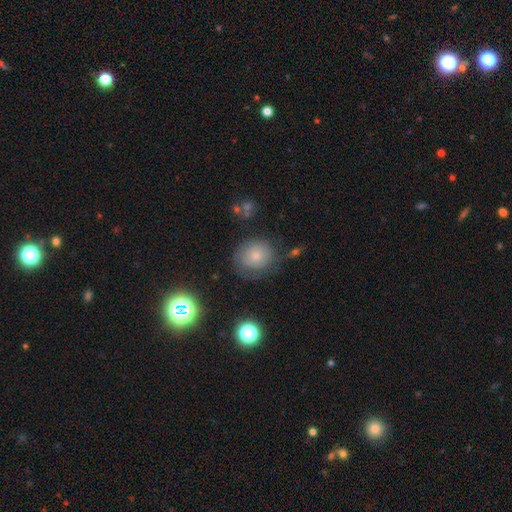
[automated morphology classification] Q: Smooth or featured?
A: smooth (65%); runner-up: featured or disk (23%)
Q: How rounded?
A: round (82%); runner-up: in between (17%)
Q: Merging?
A: none (60%); runner-up: minor disturbance (23%)